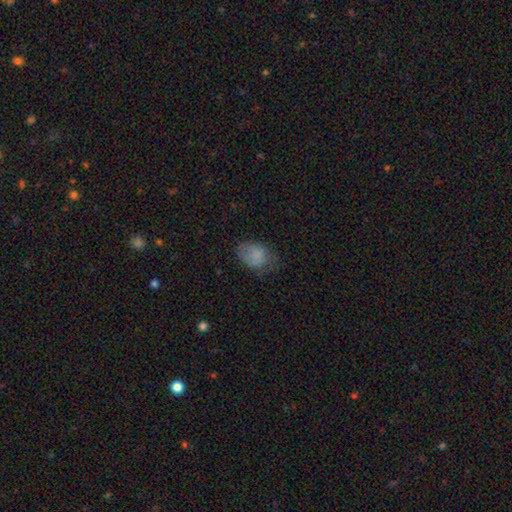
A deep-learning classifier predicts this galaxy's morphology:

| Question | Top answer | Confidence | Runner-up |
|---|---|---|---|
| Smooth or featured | smooth | 81% | featured or disk (10%) |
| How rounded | in between | 77% | round (22%) |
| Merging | none | 55% | minor disturbance (31%) |